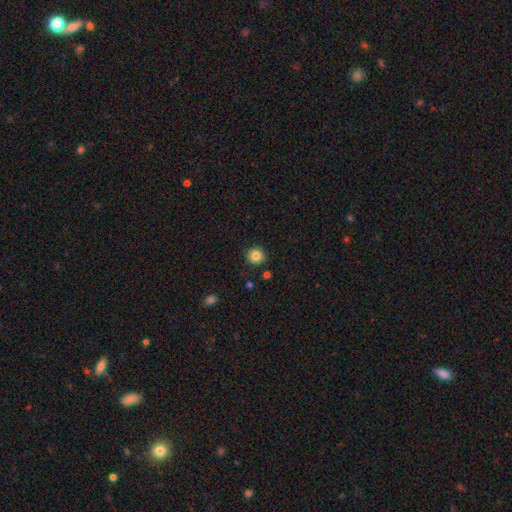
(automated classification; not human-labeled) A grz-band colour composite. It shows a smooth galaxy with no disk features (84%) that is round (94%). Merging: none (90%).